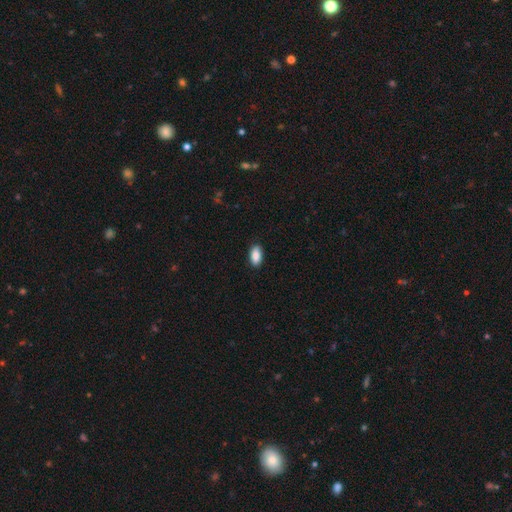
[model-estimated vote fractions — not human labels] The model was most divided on "merging": none: 88%, minor disturbance: 9%, major disturbance: 2%, merger: 1%. More confident: how rounded — in between (92%); smooth or featured — smooth (90%).